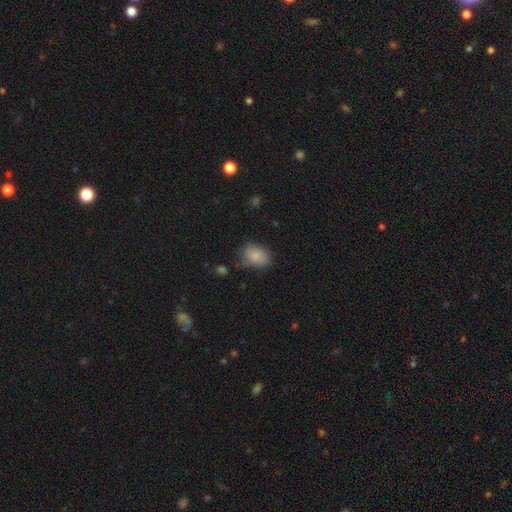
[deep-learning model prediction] Smooth or featured? Predicted: smooth (p=0.85). How rounded? Predicted: in between (p=0.68). Merging? Predicted: none (p=0.72).